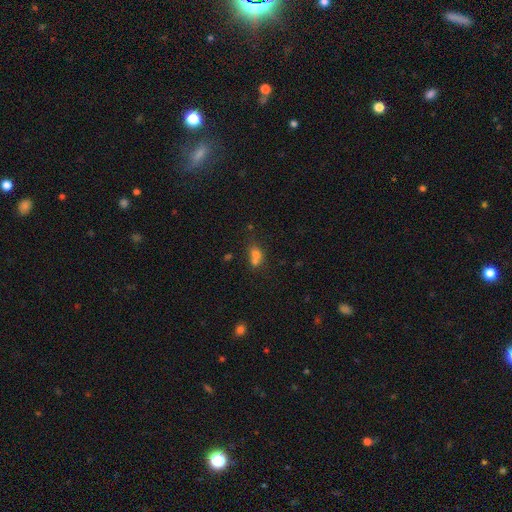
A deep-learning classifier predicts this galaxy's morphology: A smooth galaxy with no disk features (68%) that is round (56%). Merging: merger (61%).